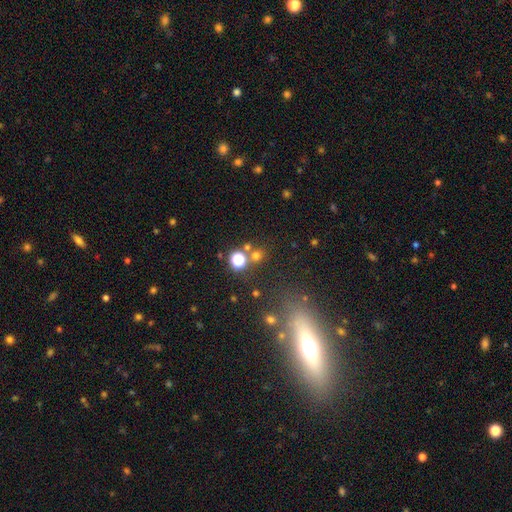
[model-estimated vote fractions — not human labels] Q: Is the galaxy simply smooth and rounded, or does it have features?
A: smooth — 63%.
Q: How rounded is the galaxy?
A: round — 85%.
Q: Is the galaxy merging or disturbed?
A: none — 72%.